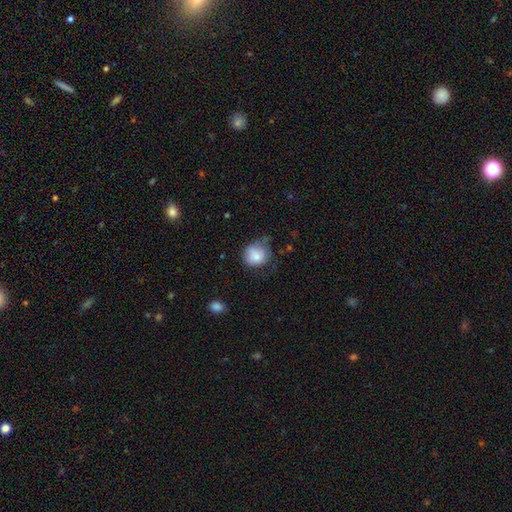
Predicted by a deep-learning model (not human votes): Smooth or featured: smooth — 81% (featured or disk — 11%)
How rounded: round — 74% (in between — 25%)
Merging: none — 43% (minor disturbance — 37%)